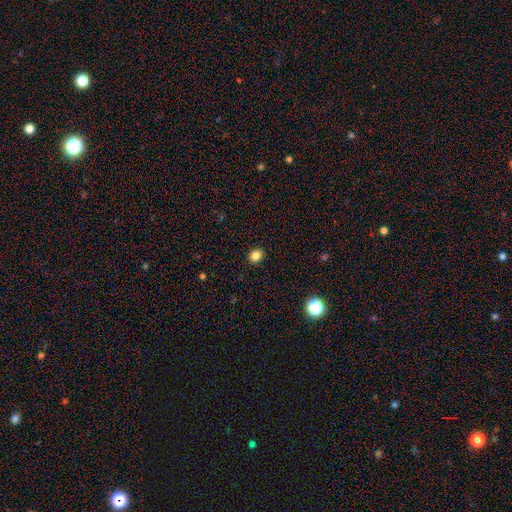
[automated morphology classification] smooth_or_featured: smooth (p=0.84) [alt: star or artifact p=0.12]
how_rounded: round (p=0.62) [alt: in between p=0.38]
merging: none (p=0.91) [alt: minor disturbance p=0.06]